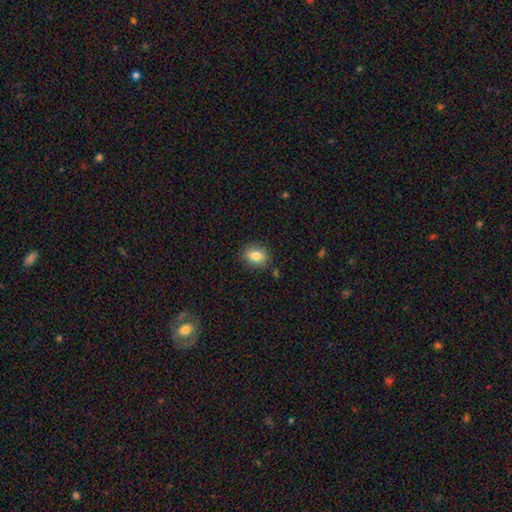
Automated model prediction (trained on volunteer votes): smooth 82%, featured or disk 9%, star or artifact 9%. Down the decision tree: how rounded — in between (62%); merging — none (86%).